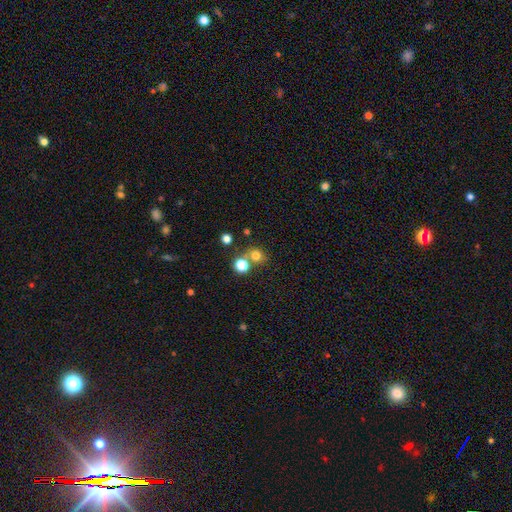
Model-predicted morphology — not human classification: This appears to be a smooth galaxy with no disk features (74%) that is round (83%). Merging: none (59%).